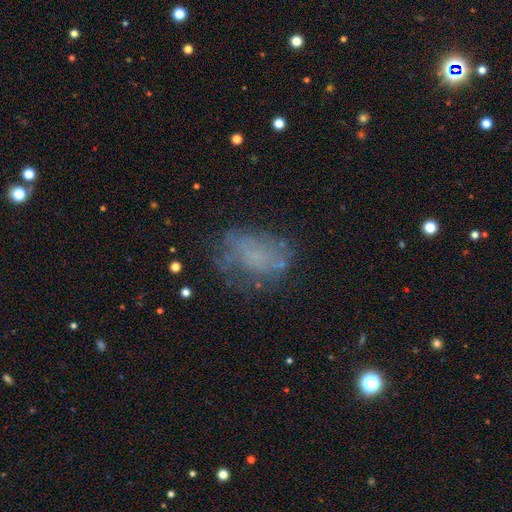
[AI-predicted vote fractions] Overall: smooth (44%; featured or disk 39%). Merging: none (54%; minor disturbance 23%).